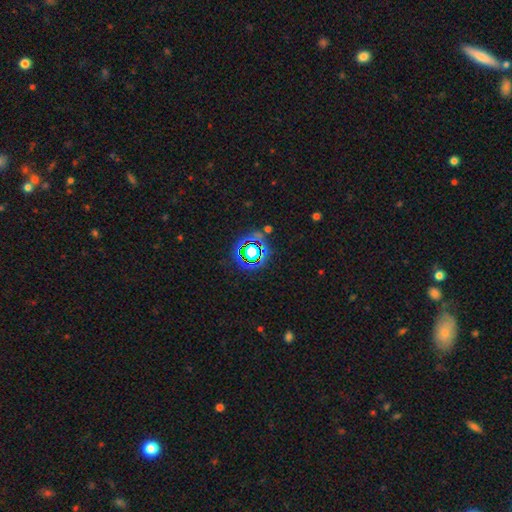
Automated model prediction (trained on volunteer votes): Smooth or featured: star or artifact — 65% (smooth — 22%)